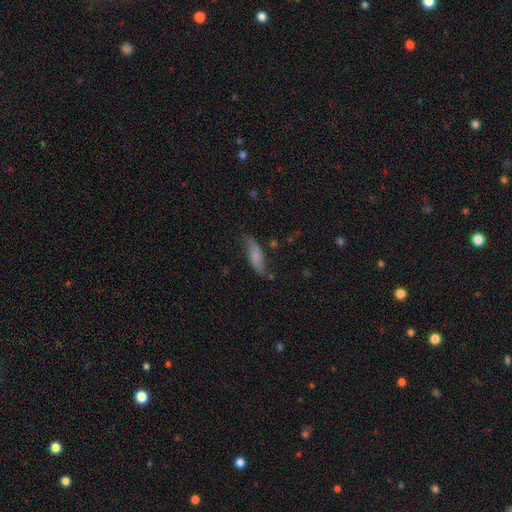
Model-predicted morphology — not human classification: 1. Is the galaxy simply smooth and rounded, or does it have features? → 71% smooth, 22% featured or disk, 7% star or artifact.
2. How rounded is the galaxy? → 52% in between, 45% cigar-shaped, 2% round.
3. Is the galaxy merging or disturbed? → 66% none, 25% minor disturbance, 6% major disturbance, 3% merger.